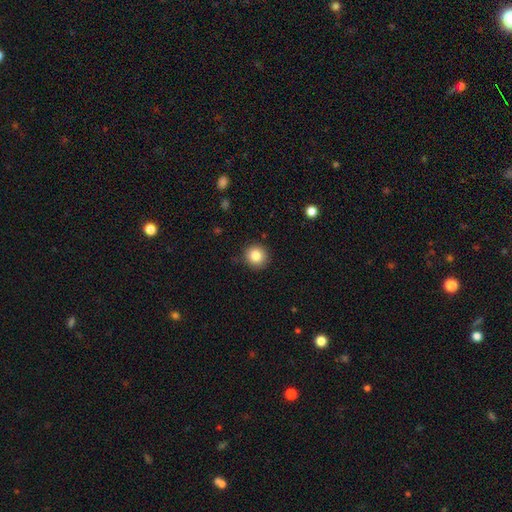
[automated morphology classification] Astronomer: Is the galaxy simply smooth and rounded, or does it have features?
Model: smooth — 84%.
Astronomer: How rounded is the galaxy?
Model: round — 93%.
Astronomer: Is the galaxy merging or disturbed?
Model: none — 89%.